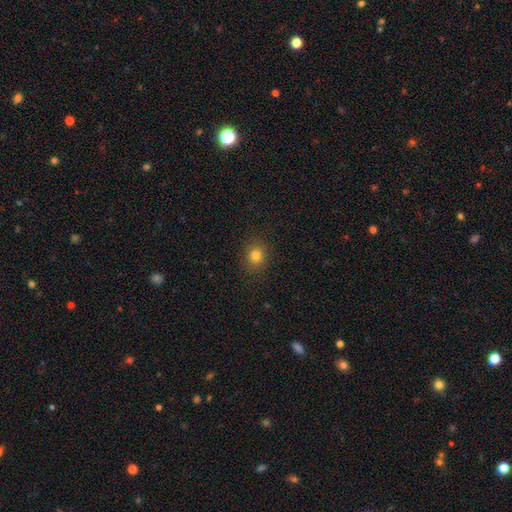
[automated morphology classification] This is clearly a smooth galaxy (81%). How rounded: likely round (72%). Merging: clearly none (88%).